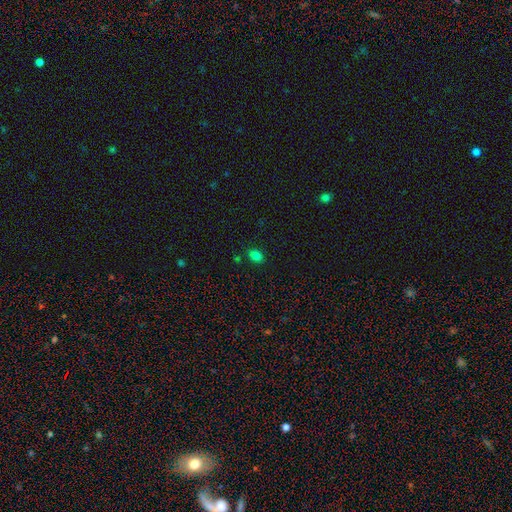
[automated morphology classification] smooth 82%, star or artifact 13%, featured or disk 5%. Down the decision tree: how rounded — in between (79%); merging — none (83%).